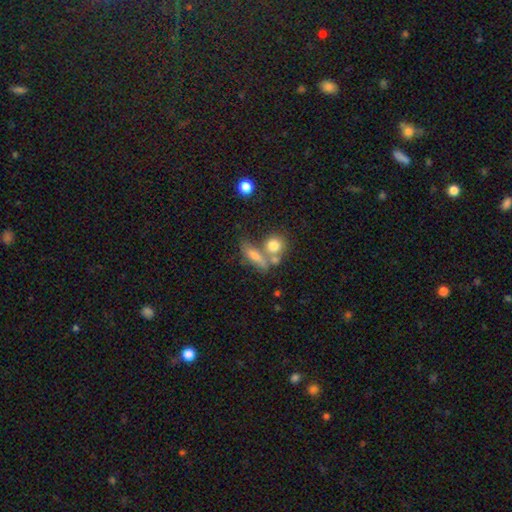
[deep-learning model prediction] Overall: smooth (57%; featured or disk 30%). How rounded: cigar-shaped (43%; in between 38%). Merging: none (48%; merger 31%).